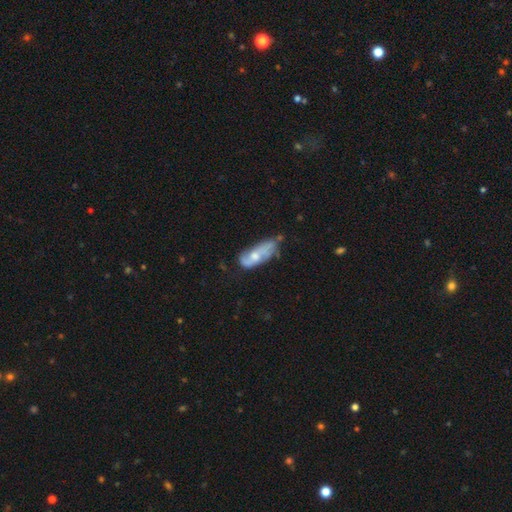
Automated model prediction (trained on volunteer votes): smooth-or-featured: featured or disk: 55% | smooth: 38% | star or artifact: 7%
  disk-edge-on: no: 89% | yes: 11%
  merging: none: 38% | minor disturbance: 34% | major disturbance: 20% | merger: 7%